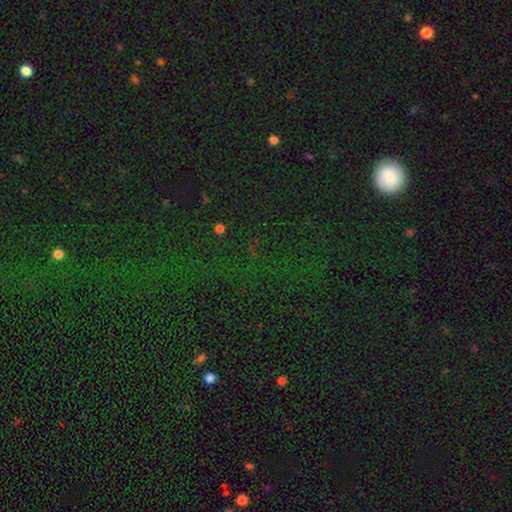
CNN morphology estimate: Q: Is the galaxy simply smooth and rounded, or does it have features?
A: star or artifact — 75%.